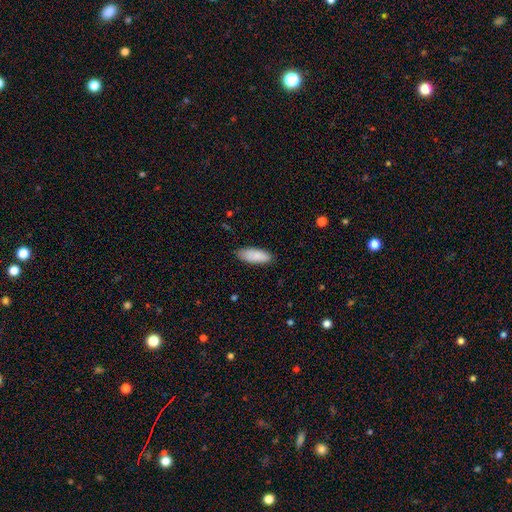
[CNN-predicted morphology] smooth_or_featured: smooth (p=0.87) [alt: featured or disk p=0.08]
how_rounded: in between (p=0.77) [alt: cigar-shaped p=0.21]
merging: none (p=0.84) [alt: minor disturbance p=0.13]